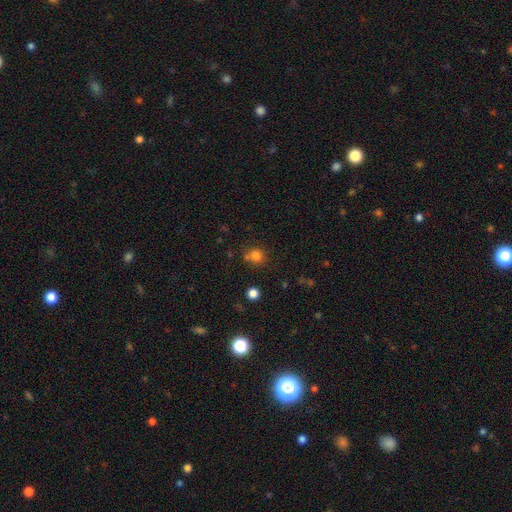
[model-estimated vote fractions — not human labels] The model was most divided on "merging": none: 68%, merger: 16%, minor disturbance: 11%, major disturbance: 4%. More confident: how rounded — round (85%); smooth or featured — smooth (79%).